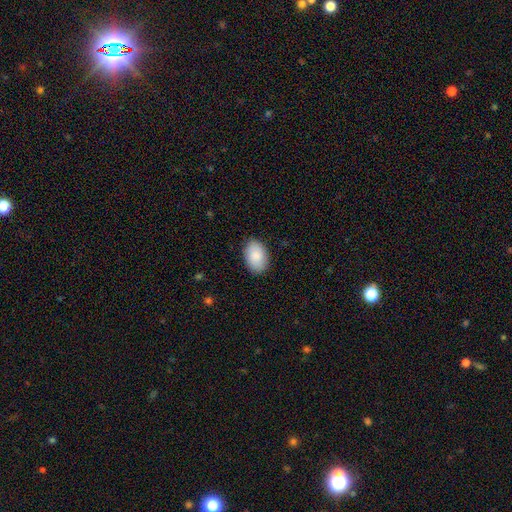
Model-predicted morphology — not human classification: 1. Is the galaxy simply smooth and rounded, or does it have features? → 89% smooth, 6% star or artifact, 5% featured or disk.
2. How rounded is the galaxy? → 90% in between, 9% round, 1% cigar-shaped.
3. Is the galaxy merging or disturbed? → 87% none, 10% minor disturbance, 2% major disturbance, 1% merger.